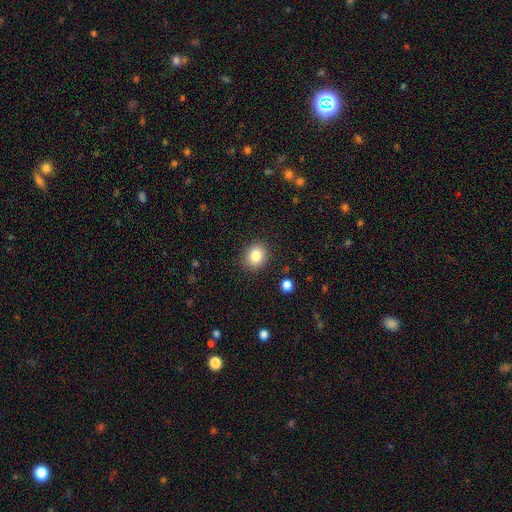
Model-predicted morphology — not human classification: Smooth or featured: smooth — 83% (star or artifact — 10%)
How rounded: round — 72% (in between — 28%)
Merging: none — 89% (minor disturbance — 7%)